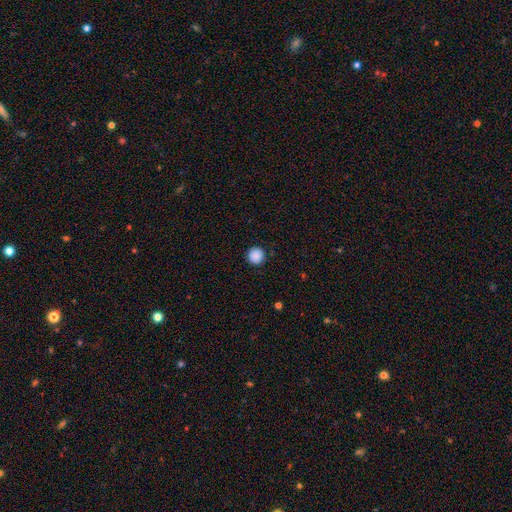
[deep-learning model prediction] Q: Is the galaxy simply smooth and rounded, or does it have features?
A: smooth — 89%.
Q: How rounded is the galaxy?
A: round — 96%.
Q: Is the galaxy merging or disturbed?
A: none — 92%.